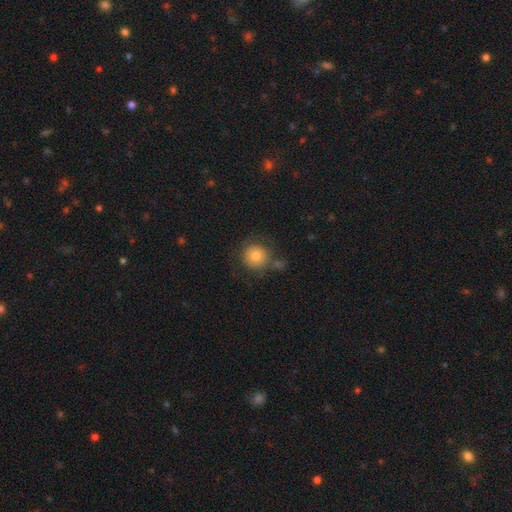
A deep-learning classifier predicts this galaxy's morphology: Smooth or featured? Predicted: smooth (p=0.78). How rounded? Predicted: round (p=0.93). Merging? Predicted: none (p=0.70).